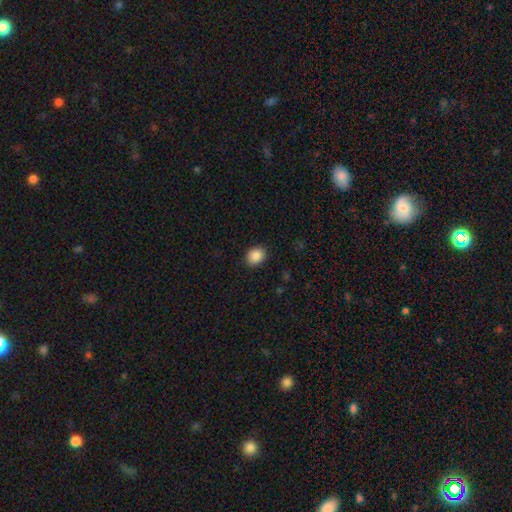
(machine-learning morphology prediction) smooth 88%, star or artifact 8%, featured or disk 3%. Down the decision tree: how rounded — round (52%); merging — none (90%).